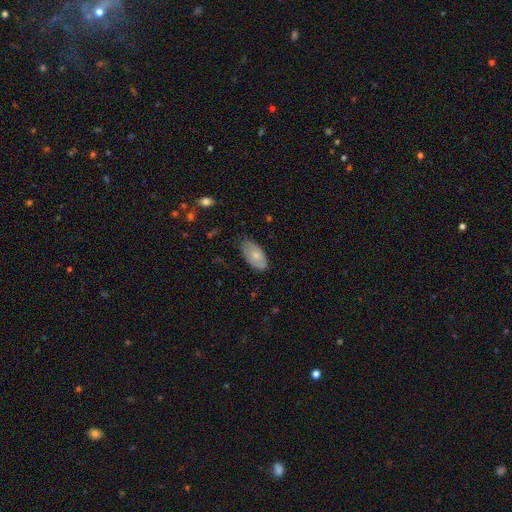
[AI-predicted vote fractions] Q: Smooth or featured?
A: smooth (68%); runner-up: featured or disk (26%)
Q: How rounded?
A: in between (94%); runner-up: round (3%)
Q: Merging?
A: none (70%); runner-up: minor disturbance (24%)